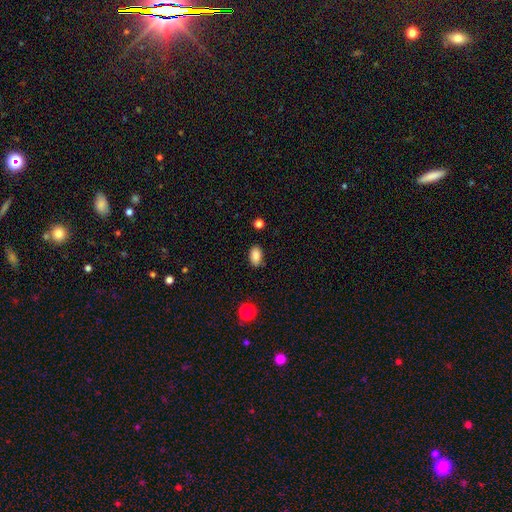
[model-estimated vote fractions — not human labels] smooth 87%, star or artifact 9%, featured or disk 4%. Down the decision tree: how rounded — in between (89%); merging — none (82%).